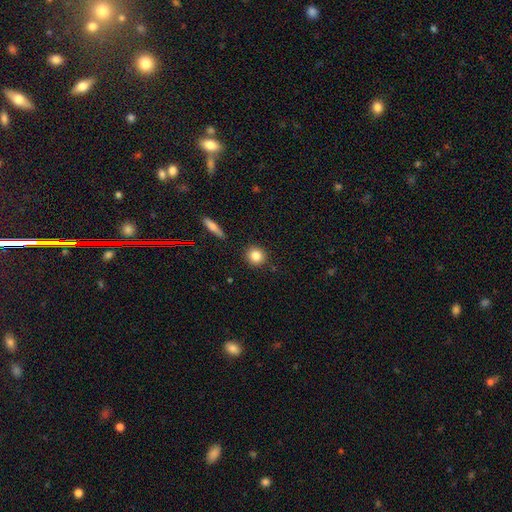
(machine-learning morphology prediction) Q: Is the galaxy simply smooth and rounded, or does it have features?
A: smooth — 83%.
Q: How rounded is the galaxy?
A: round — 89%.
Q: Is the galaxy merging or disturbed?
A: none — 89%.